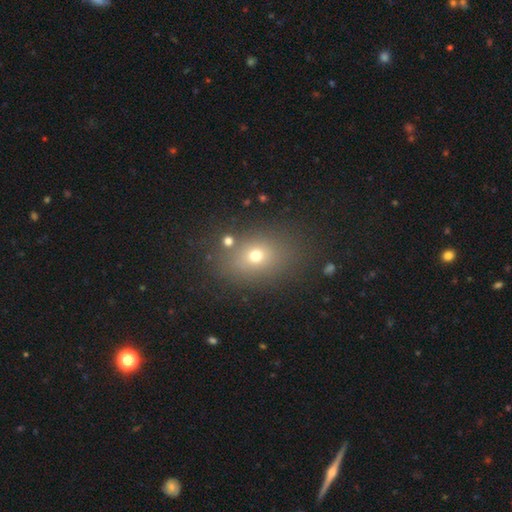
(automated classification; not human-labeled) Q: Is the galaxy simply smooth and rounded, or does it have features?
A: smooth — 66%.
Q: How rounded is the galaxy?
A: in between — 58%.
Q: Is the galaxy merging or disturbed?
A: none — 78%.